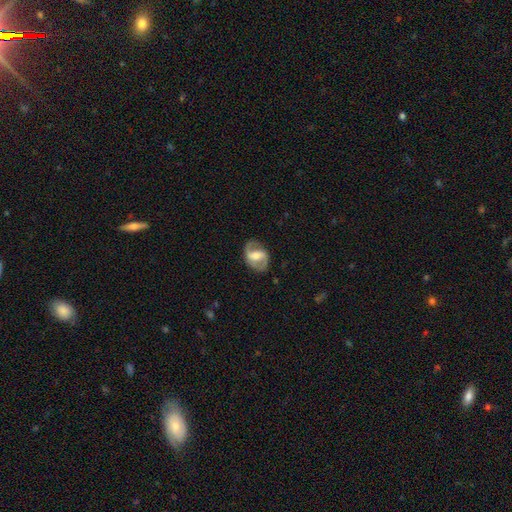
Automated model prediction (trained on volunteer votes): smooth-or-featured: featured or disk: 78% | smooth: 16% | star or artifact: 5%
  disk-edge-on: no: 97% | yes: 3%
    bar: strong: 41% (tied) | weak: 41% (tied) | no: 18%
    has-spiral-arms: yes: 88% | no: 12%
      spiral-winding: medium: 52% | loose: 27% | tight: 21%
      spiral-arm-count: 2: 90% | can't tell: 5% | 1: 3% | 3: 1% | 4: 1% | more than 4: 1%
    bulge-size: moderate: 52% | small: 25% | large: 16% | none: 5% | dominant: 2%
  merging: none: 79% | minor disturbance: 13% | major disturbance: 6% | merger: 1%